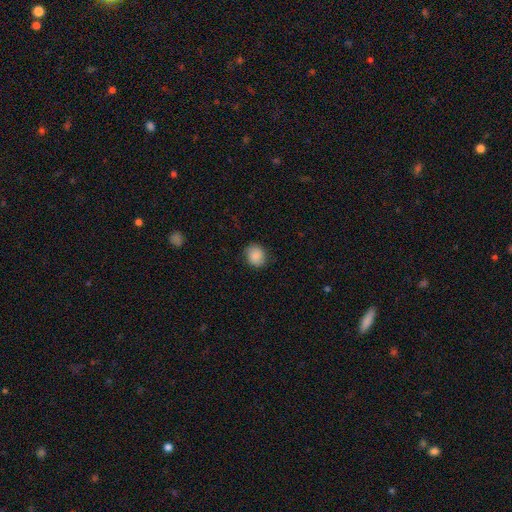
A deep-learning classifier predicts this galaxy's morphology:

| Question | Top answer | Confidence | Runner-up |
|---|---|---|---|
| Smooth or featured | smooth | 85% | star or artifact (8%) |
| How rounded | round | 72% | in between (27%) |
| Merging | none | 85% | minor disturbance (11%) |